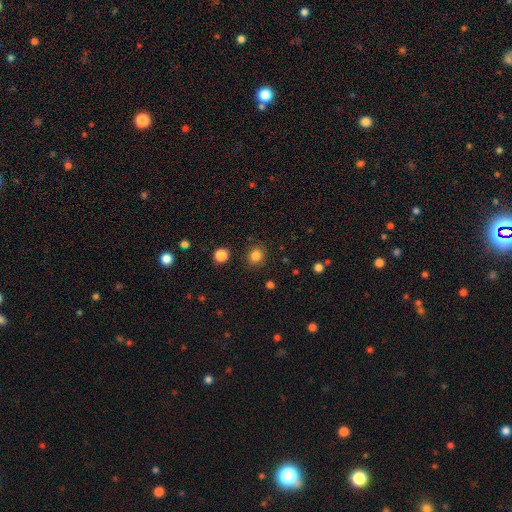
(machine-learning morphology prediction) This is clearly a smooth galaxy (84%). How rounded: clearly round (81%). Merging: clearly none (88%).